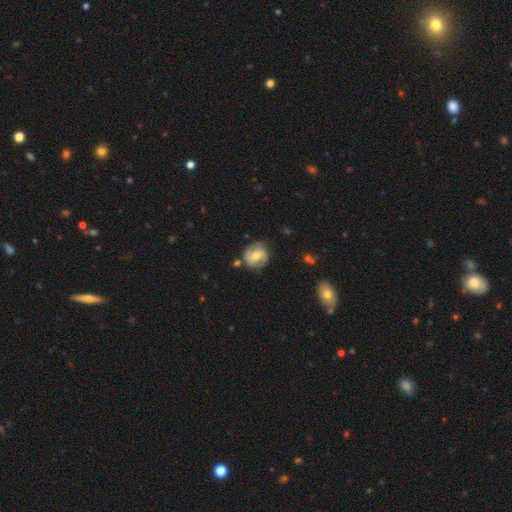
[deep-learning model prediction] smooth_or_featured: featured or disk (p=0.64) [alt: smooth p=0.30]
disk_edge_on: no (p=0.97) [alt: yes p=0.03]
bar: weak (p=0.46) [alt: no p=0.31]
has_spiral_arms: yes (p=0.87) [alt: no p=0.13]
spiral_winding: medium (p=0.45) [alt: tight p=0.29]
spiral_arm_count: 2 (p=0.85) [alt: can't tell p=0.09]
bulge_size: moderate (p=0.58) [alt: small p=0.35]
merging: none (p=0.74) [alt: minor disturbance p=0.17]